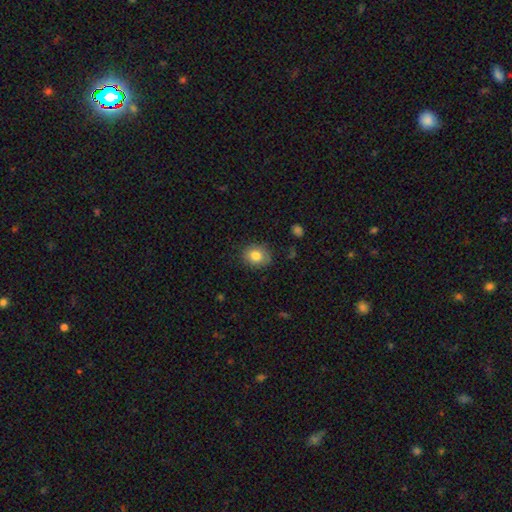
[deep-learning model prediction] Morphology: type=smooth (81%); roundness=round (65%); merging=none (85%).